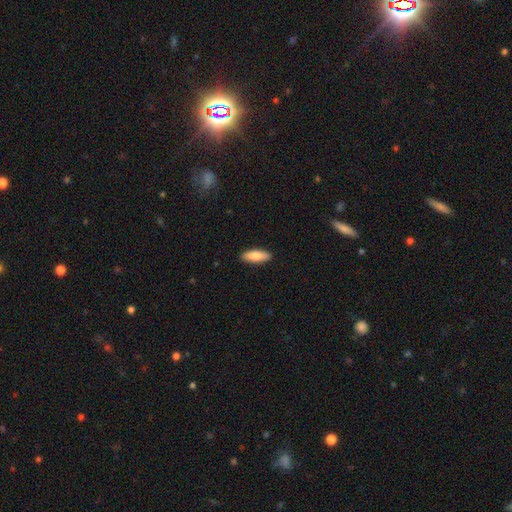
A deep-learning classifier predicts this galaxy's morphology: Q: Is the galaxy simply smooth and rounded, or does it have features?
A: smooth — 84%.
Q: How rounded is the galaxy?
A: in between — 60%.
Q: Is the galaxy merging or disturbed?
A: none — 90%.